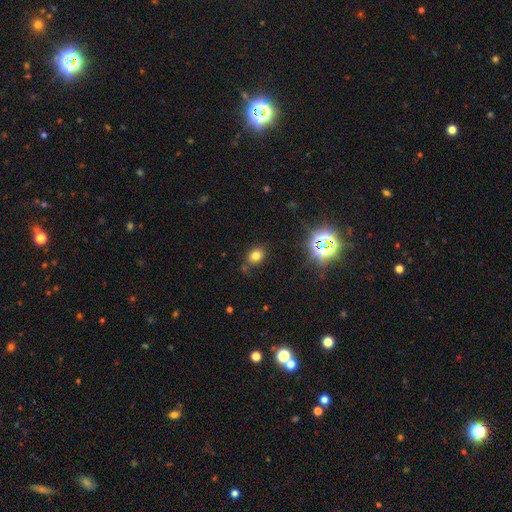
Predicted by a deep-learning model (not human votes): Overall: smooth (73%). How rounded: round (59%; in between 40%). Merging: none (80%).